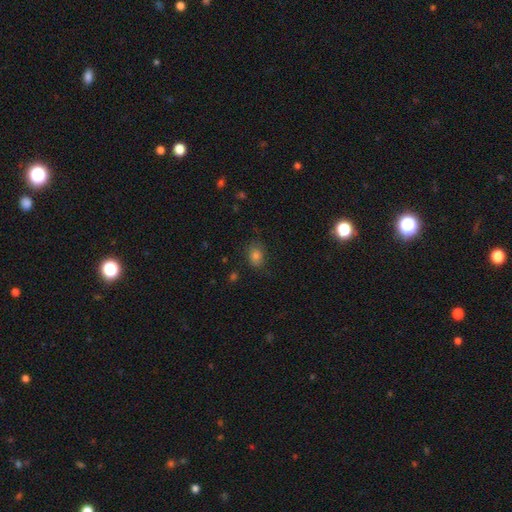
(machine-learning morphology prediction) Overall: smooth (78%). How rounded: in between (61%; round 38%). Merging: none (77%).